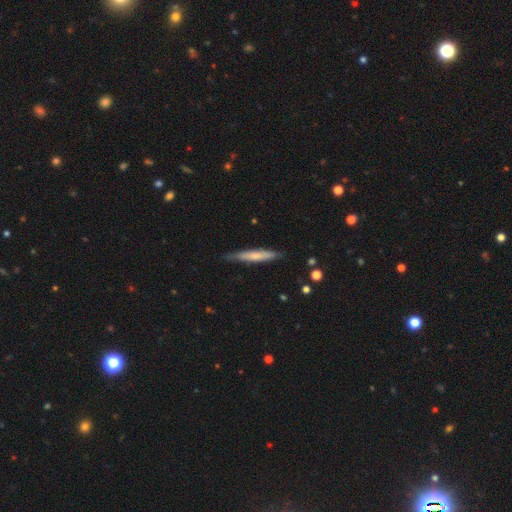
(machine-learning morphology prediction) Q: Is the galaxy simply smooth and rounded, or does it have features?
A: smooth — 62%.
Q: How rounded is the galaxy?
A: cigar-shaped — 94%.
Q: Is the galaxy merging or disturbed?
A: none — 79%.